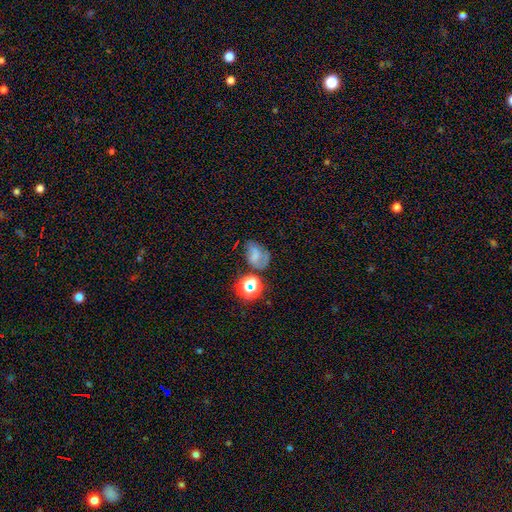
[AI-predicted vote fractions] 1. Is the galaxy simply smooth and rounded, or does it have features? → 44% smooth, 35% featured or disk, 21% star or artifact.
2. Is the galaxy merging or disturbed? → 44% none, 26% minor disturbance, 20% major disturbance, 10% merger.